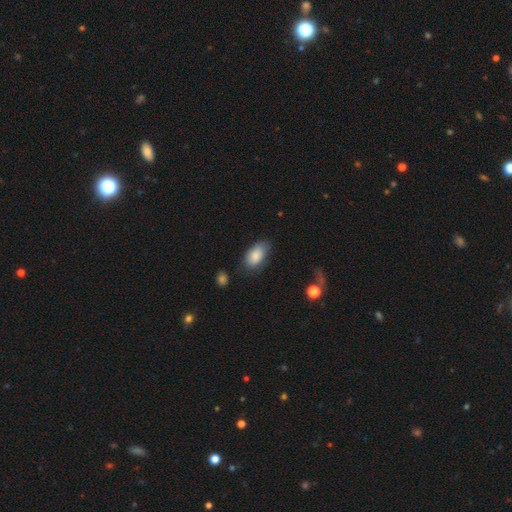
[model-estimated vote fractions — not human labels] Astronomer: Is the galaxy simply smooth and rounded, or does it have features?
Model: smooth — 85%.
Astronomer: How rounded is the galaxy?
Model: in between — 94%.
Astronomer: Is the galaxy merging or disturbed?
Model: none — 69%.